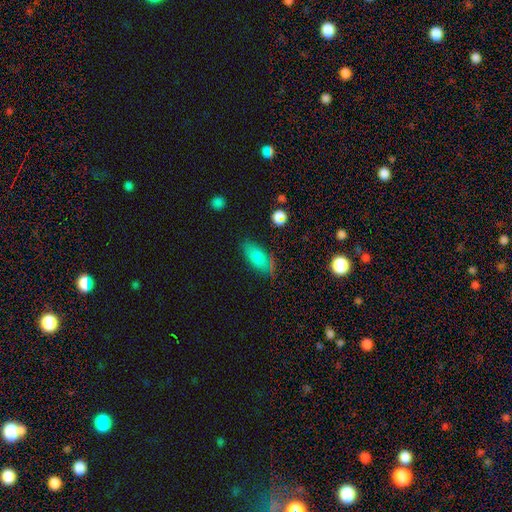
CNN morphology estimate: This appears to be a smooth galaxy with no disk features (70%) that is in between round and cigar-shaped (82%). Merging: none (77%).